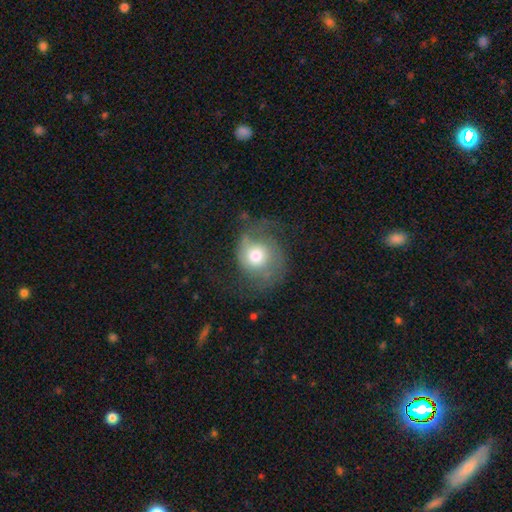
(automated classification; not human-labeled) smooth 50%, featured or disk 41%, star or artifact 9%. Down the decision tree: merging — none (41%).